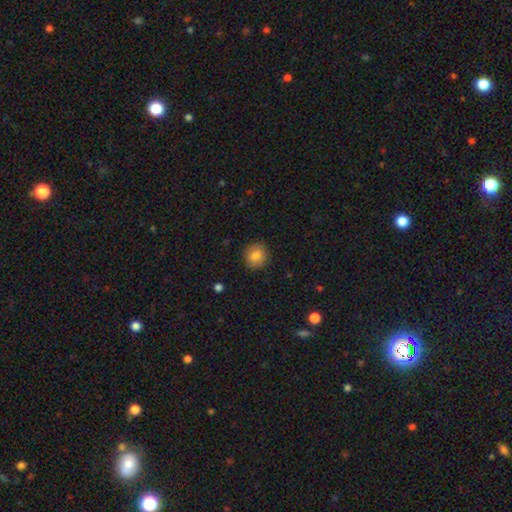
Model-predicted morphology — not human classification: smooth_or_featured: smooth (p=0.82) [alt: featured or disk p=0.09]
how_rounded: round (p=0.89) [alt: in between p=0.10]
merging: none (p=0.87) [alt: minor disturbance p=0.09]